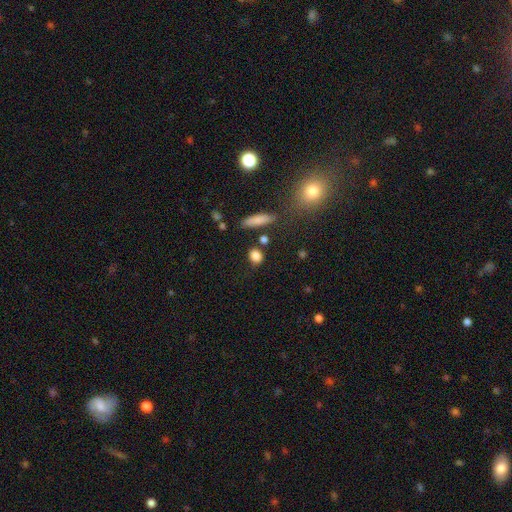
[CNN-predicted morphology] This is clearly a smooth galaxy (84%). How rounded: possibly round (55%). Merging: likely none (74%).